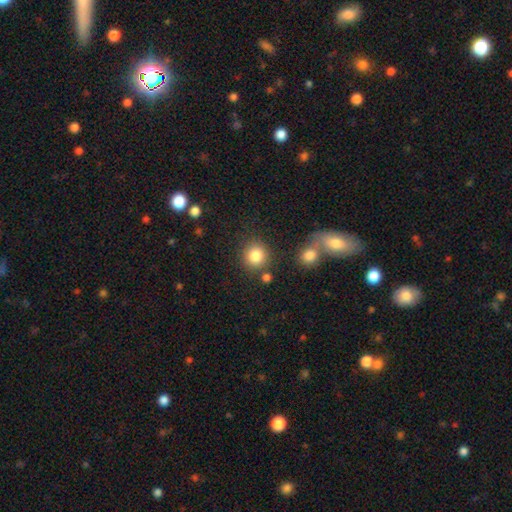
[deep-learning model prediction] The model was most divided on "merging": none: 78%, minor disturbance: 9%, merger: 9%, major disturbance: 4%. More confident: how rounded — round (89%); smooth or featured — smooth (84%).